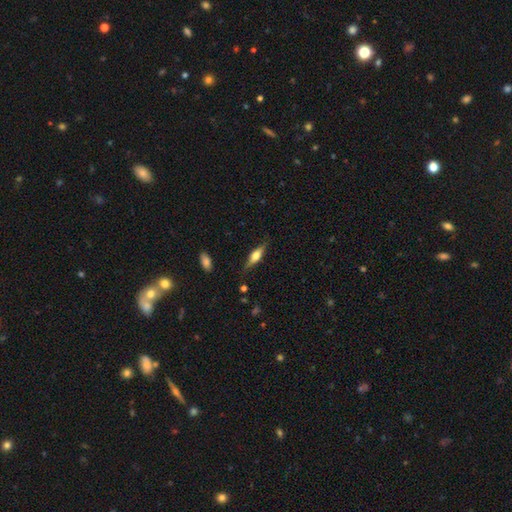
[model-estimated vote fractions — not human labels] Smooth or featured?
  - featured or disk: 54% *
  - smooth: 39%
  - star or artifact: 7%
Edge-on disk?
  - yes: 93% *
  - no: 7%
Edge-on bulge?
  - rounded: 88% *
  - boxy: 10%
  - none: 2%
Merging?
  - none: 81% *
  - minor disturbance: 14%
  - major disturbance: 3%
  - merger: 2%